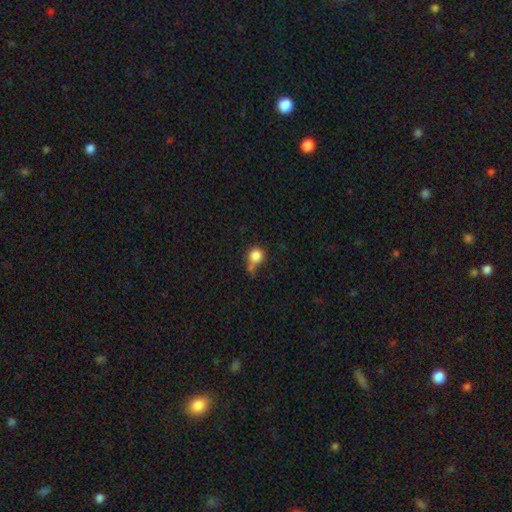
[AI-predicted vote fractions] Smooth or featured? smooth (83%)
How rounded? round (88%)
Merging? none (45%)